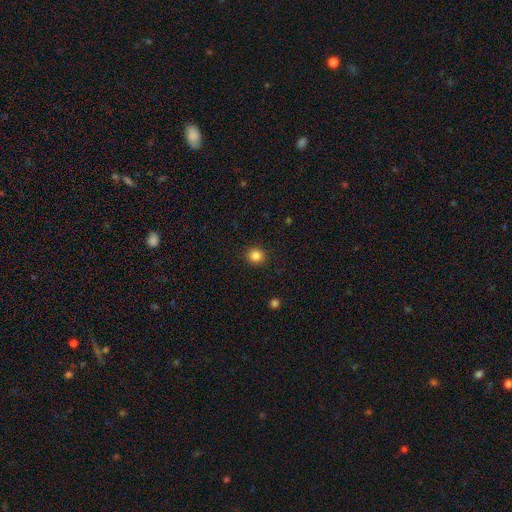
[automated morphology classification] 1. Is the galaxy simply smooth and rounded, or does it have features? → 85% smooth, 11% star or artifact, 4% featured or disk.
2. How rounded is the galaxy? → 90% round, 9% in between, 1% cigar-shaped.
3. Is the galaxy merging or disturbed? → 92% none, 6% minor disturbance, 2% major disturbance, 1% merger.